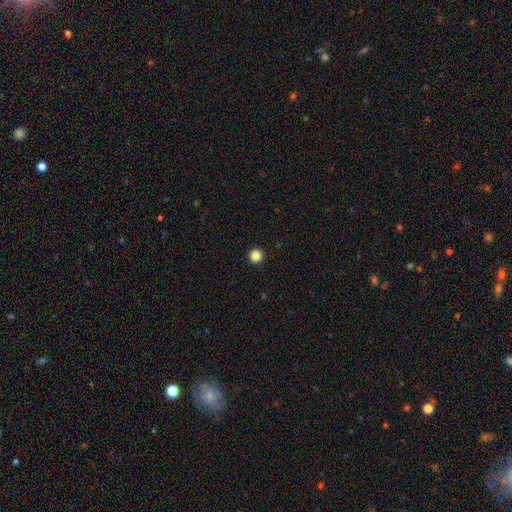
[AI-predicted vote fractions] The model was most divided on "smooth or featured": smooth: 86%, star or artifact: 11%, featured or disk: 2%. More confident: how rounded — round (96%); merging — none (94%).